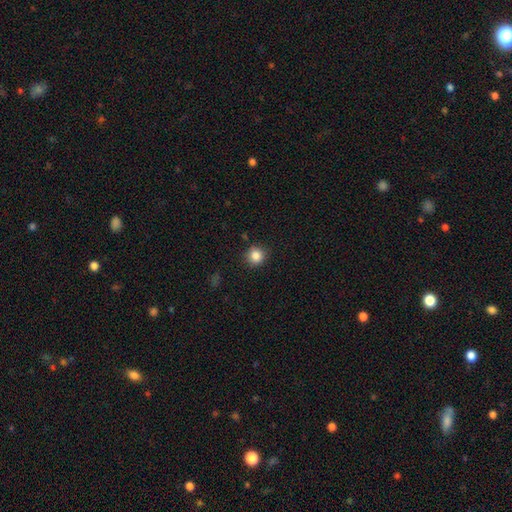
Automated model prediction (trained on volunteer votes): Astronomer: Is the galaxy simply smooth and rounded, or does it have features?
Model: smooth — 84%.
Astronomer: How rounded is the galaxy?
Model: round — 91%.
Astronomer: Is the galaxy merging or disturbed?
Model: none — 87%.